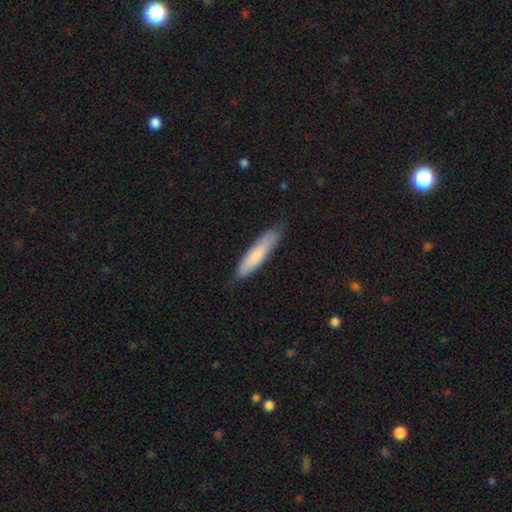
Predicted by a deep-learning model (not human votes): smooth 76%, featured or disk 18%, star or artifact 6%. Down the decision tree: how rounded — cigar-shaped (83%); merging — none (78%).